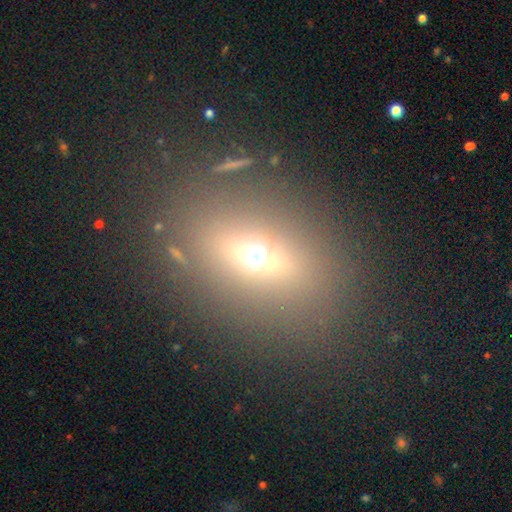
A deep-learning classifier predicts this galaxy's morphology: Smooth or featured? smooth (54%)
How rounded? in between (62%)
Merging? none (77%)